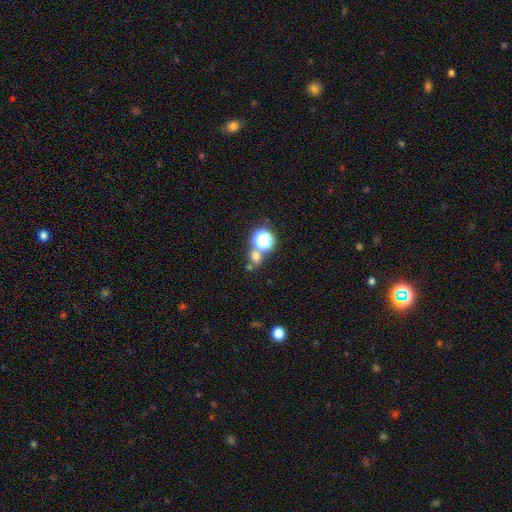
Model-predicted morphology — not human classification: smooth_or_featured: smooth (p=0.60) [alt: star or artifact p=0.32]
how_rounded: round (p=0.75) [alt: in between p=0.23]
merging: none (p=0.58) [alt: merger p=0.29]